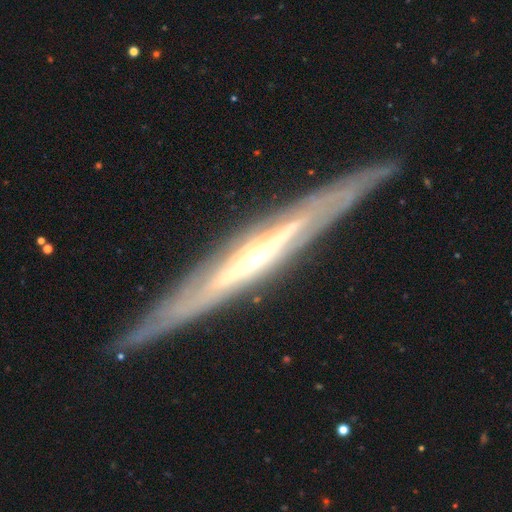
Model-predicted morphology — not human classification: featured or disk 85%, smooth 10%, star or artifact 5%. Down the decision tree: edge-on disk — yes (84%); edge-on bulge — rounded (63%); merging — none (86%).